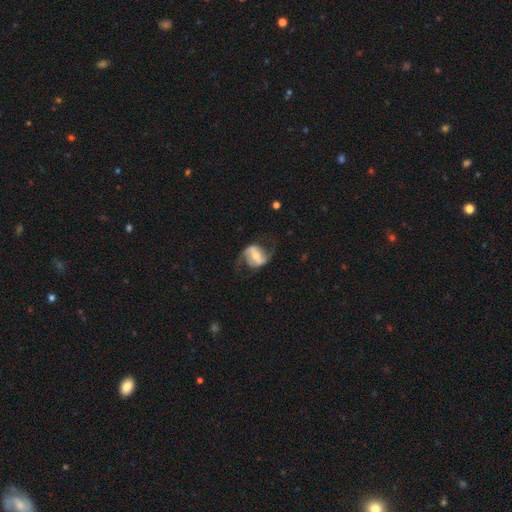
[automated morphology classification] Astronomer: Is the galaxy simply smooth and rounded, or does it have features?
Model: featured or disk — 76%.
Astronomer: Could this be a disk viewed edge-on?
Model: no — 95%.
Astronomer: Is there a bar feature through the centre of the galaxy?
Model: strong — 52% (runner-up: weak, 33%).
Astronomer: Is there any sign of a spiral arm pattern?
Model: yes — 85%.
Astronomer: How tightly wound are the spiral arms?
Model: loose — 50% (runner-up: medium, 38%).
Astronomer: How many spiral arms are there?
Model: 2 — 89%.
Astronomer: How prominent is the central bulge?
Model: moderate — 52% (runner-up: small, 36%).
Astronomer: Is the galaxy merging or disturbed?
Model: none — 65%.